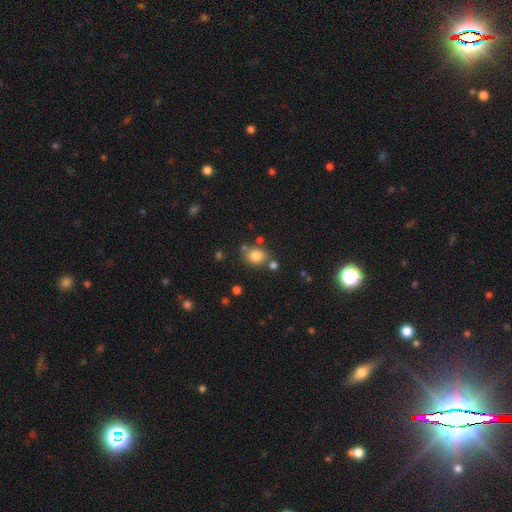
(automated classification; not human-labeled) Smooth or featured? smooth (80%)
How rounded? round (63%)
Merging? none (68%)